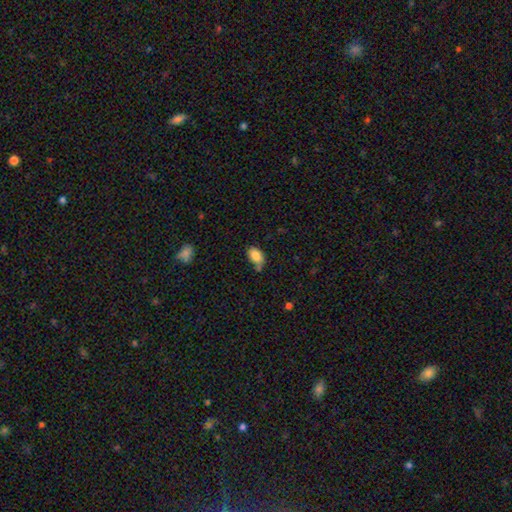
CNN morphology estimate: A smooth galaxy with no disk features (85%) that is in between round and cigar-shaped (89%).

Vote fractions:
- Smooth or featured? smooth: 85% / star or artifact: 8% / featured or disk: 7%
- How rounded? in between: 89% / round: 9% / cigar-shaped: 2%
- Merging? none: 56% / minor disturbance: 24% / merger: 14% / major disturbance: 6%